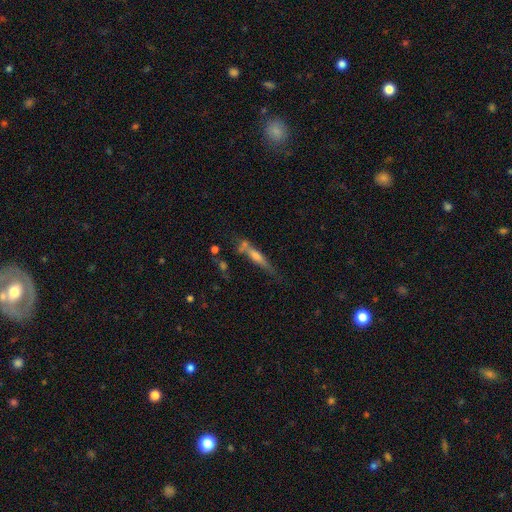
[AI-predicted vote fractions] featured or disk 53%, smooth 38%, star or artifact 9%. Down the decision tree: edge-on disk — yes (88%); merging — none (55%).